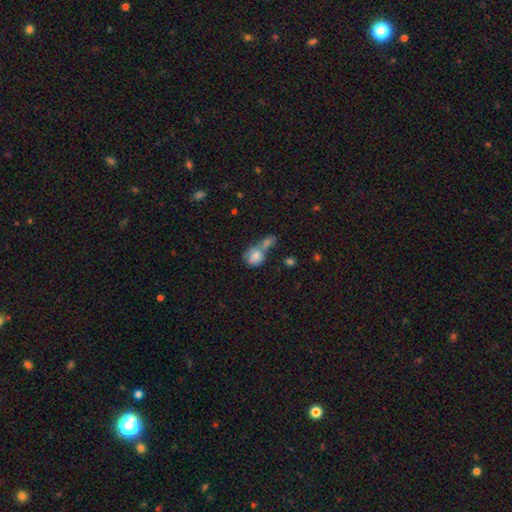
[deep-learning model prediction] Q: Smooth or featured?
A: smooth (77%); runner-up: featured or disk (15%)
Q: How rounded?
A: round (71%); runner-up: in between (27%)
Q: Merging?
A: merger (60%); runner-up: none (24%)